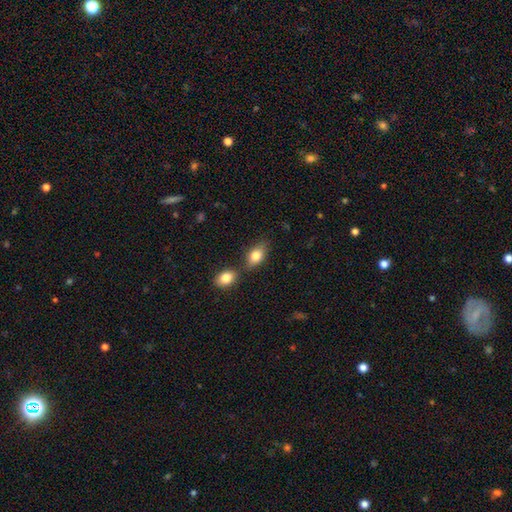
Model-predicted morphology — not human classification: This appears to be a smooth galaxy with no disk features (80%) that is in between round and cigar-shaped (85%). Merging: none (59%).